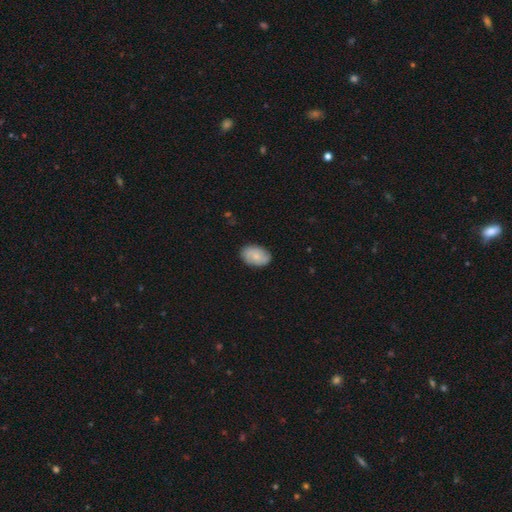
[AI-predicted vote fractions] Overall: smooth (64%; featured or disk 29%). How rounded: in between (86%). Merging: none (82%).